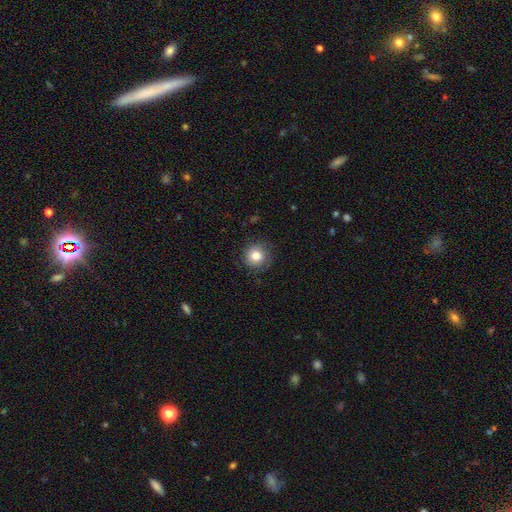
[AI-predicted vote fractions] Smooth or featured?
  - smooth: 83% *
  - star or artifact: 10%
  - featured or disk: 7%
How rounded?
  - round: 92% *
  - in between: 7%
  - cigar-shaped: 1%
Merging?
  - none: 84% *
  - minor disturbance: 12%
  - major disturbance: 3%
  - merger: 1%